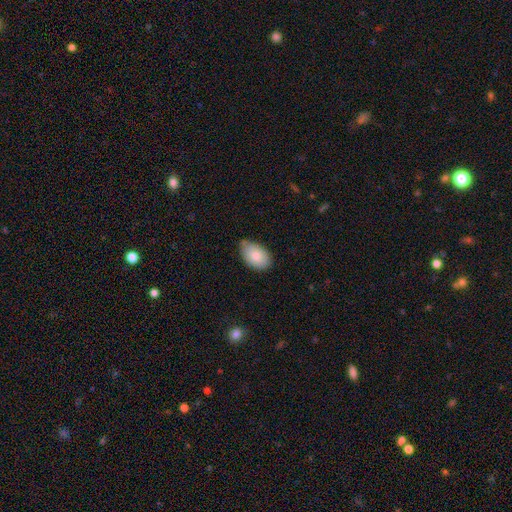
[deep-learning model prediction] Smooth or featured? Predicted: smooth (p=0.84). How rounded? Predicted: in between (p=0.92). Merging? Predicted: none (p=0.67).